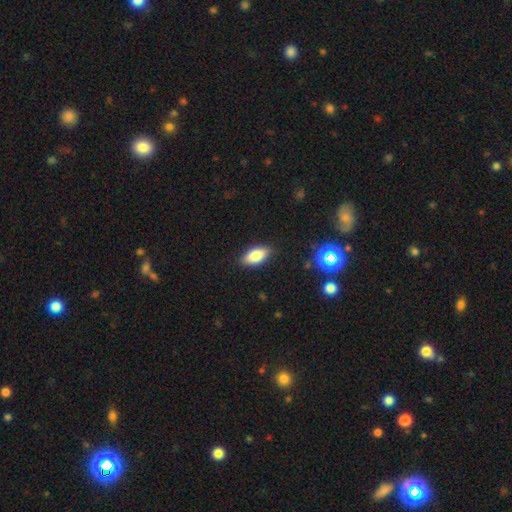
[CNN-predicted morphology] The model was most divided on "smooth or featured": smooth: 80%, featured or disk: 12%, star or artifact: 8%. More confident: how rounded — in between (87%); merging — none (86%).